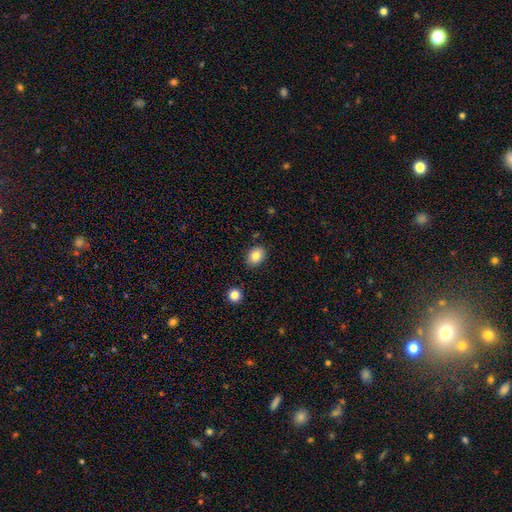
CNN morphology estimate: This is clearly a smooth galaxy (86%). How rounded: likely in between (69%). Merging: clearly none (85%).